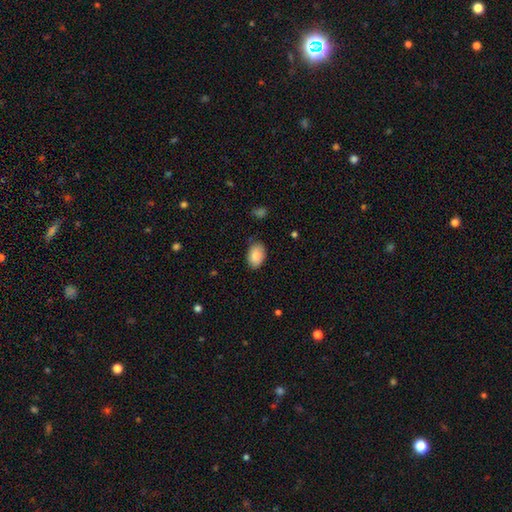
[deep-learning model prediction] This is clearly a smooth galaxy (87%). How rounded: clearly in between (85%). Merging: clearly none (80%).